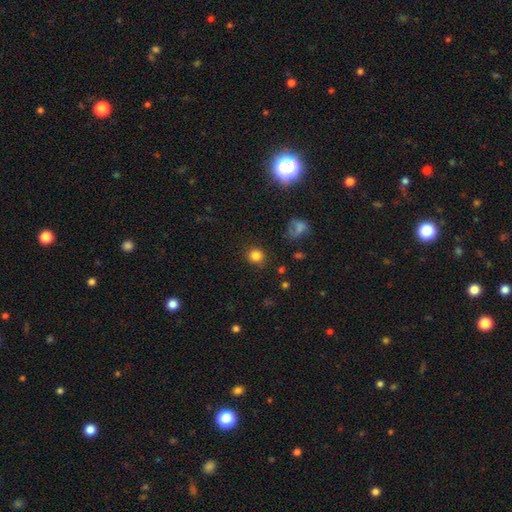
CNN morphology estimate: Smooth or featured: smooth — 83% (star or artifact — 12%)
How rounded: round — 88% (in between — 11%)
Merging: none — 86% (minor disturbance — 9%)